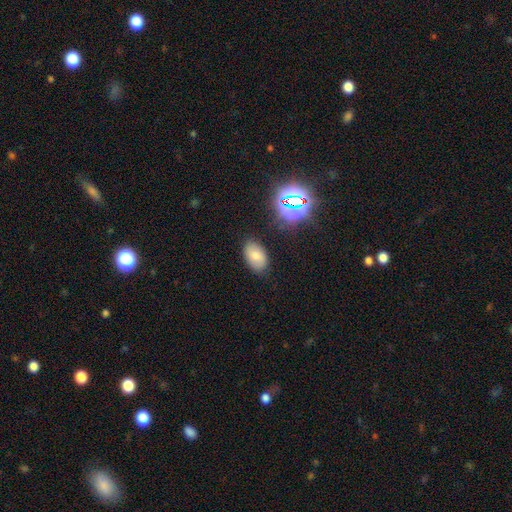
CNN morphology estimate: smooth-or-featured: smooth: 72% | featured or disk: 14% | star or artifact: 14%
  how-rounded: in between: 91% | round: 8% | cigar-shaped: 1%
  merging: none: 83% | minor disturbance: 13% | major disturbance: 3% | merger: 2%